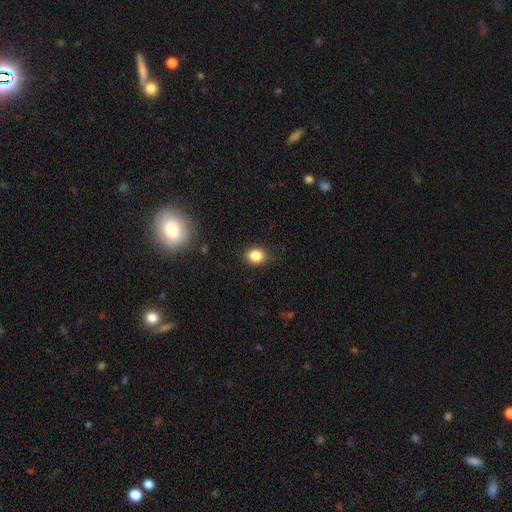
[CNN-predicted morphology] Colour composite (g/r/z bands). It shows a smooth galaxy with no disk features (84%) that is round (52%). Merging: none (85%).